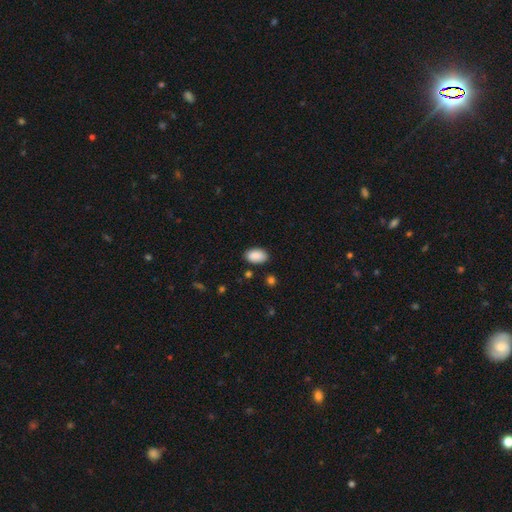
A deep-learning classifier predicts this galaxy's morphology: Overall: smooth (90%). How rounded: in between (93%). Merging: none (85%).